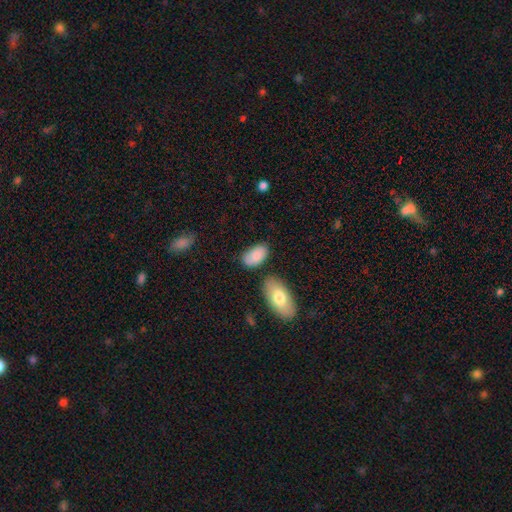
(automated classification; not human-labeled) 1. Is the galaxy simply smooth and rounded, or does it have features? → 84% smooth, 9% featured or disk, 6% star or artifact.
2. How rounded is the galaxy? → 94% in between, 4% round, 2% cigar-shaped.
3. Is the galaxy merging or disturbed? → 67% none, 21% minor disturbance, 7% merger, 5% major disturbance.